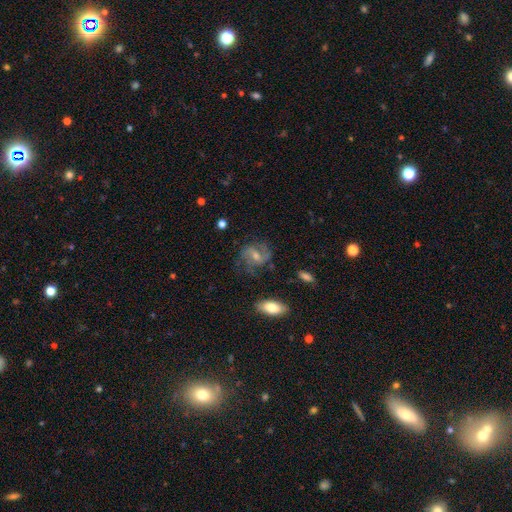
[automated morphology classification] Q: Smooth or featured?
A: featured or disk (73%); runner-up: smooth (16%)
Q: Edge-on disk?
A: no (96%); runner-up: yes (4%)
Q: Bar?
A: weak (49%); runner-up: no (33%)
Q: Spiral arms?
A: yes (92%); runner-up: no (8%)
Q: Spiral winding?
A: medium (48%); runner-up: tight (26%)
Q: Spiral arm count?
A: 2 (69%); runner-up: can't tell (15%)
Q: Bulge size?
A: small (46%); tied with: moderate (46%)
Q: Merging?
A: none (72%); runner-up: minor disturbance (17%)